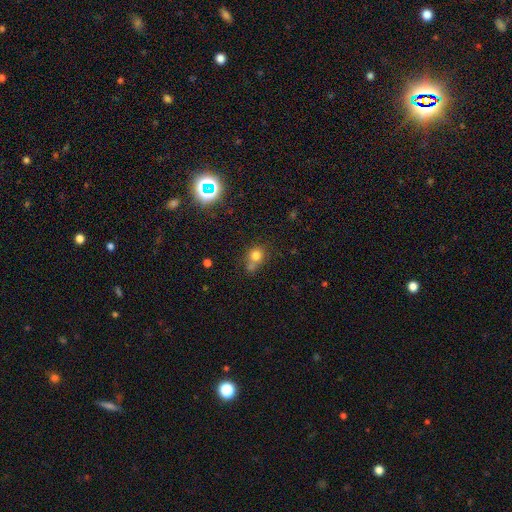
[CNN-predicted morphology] The model was most divided on "merging": none: 50%, merger: 27%, minor disturbance: 17%, major disturbance: 6%. More confident: smooth or featured — smooth (75%); how rounded — round (72%).